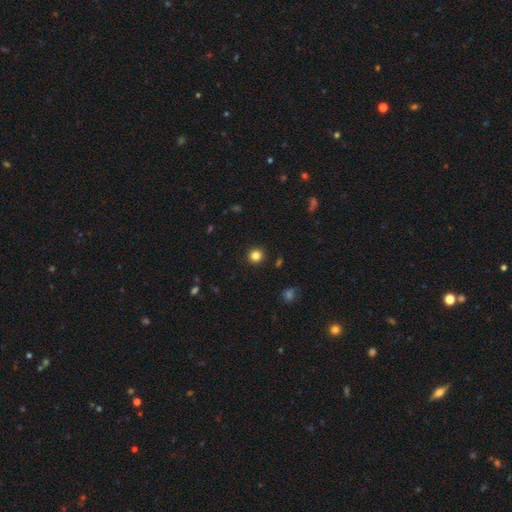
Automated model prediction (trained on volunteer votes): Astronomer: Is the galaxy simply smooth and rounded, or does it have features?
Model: smooth — 83%.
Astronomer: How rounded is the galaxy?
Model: round — 94%.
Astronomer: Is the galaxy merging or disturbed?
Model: none — 92%.